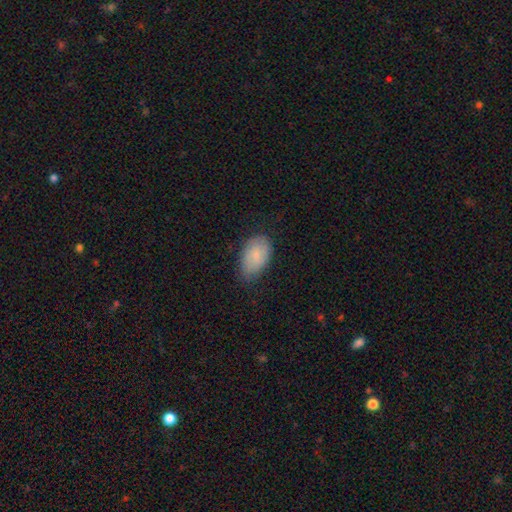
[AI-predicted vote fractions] This is likely a smooth galaxy (77%). How rounded: clearly in between (91%). Merging: likely none (65%).